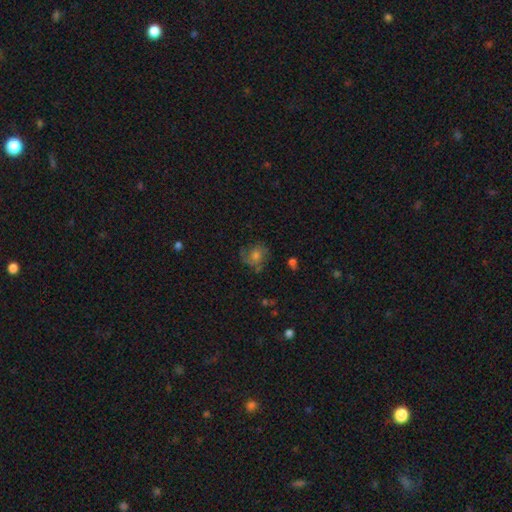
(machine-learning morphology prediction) Smooth or featured?
  - featured or disk: 48% *
  - smooth: 36%
  - star or artifact: 16%
Merging?
  - none: 64% *
  - minor disturbance: 20%
  - major disturbance: 12%
  - merger: 3%